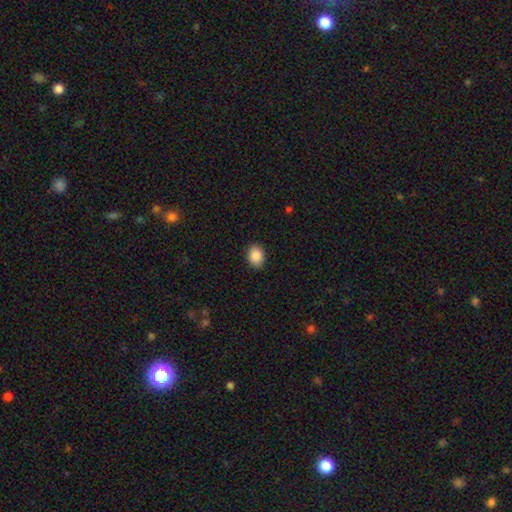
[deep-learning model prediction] Q: Smooth or featured?
A: smooth (89%); runner-up: star or artifact (8%)
Q: How rounded?
A: in between (63%); runner-up: round (36%)
Q: Merging?
A: none (89%); runner-up: minor disturbance (8%)